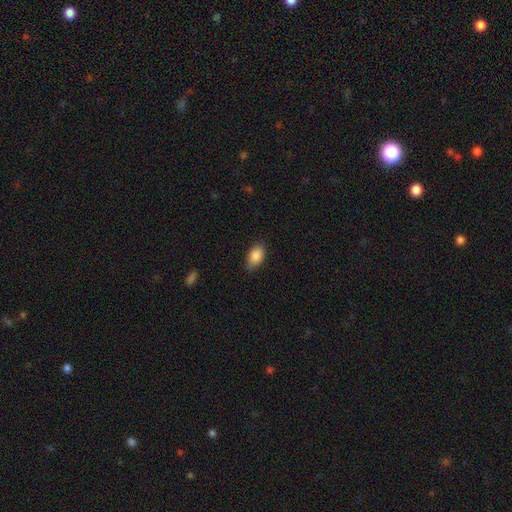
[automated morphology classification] type=smooth (87%); roundness=in between (89%); merging=none (77%).